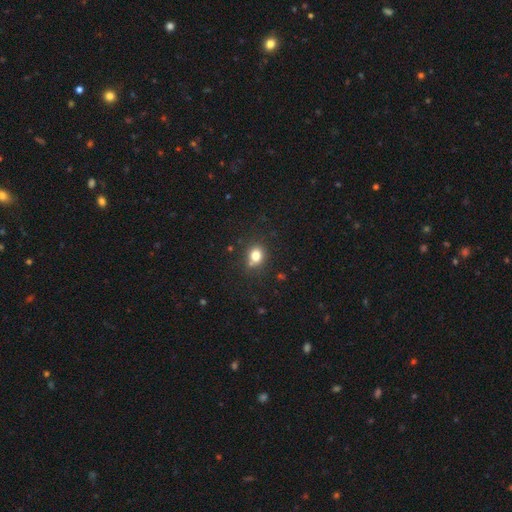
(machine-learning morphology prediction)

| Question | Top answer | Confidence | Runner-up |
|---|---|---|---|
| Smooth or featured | smooth | 80% | star or artifact (13%) |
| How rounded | round | 66% | in between (33%) |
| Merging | none | 74% | minor disturbance (14%) |